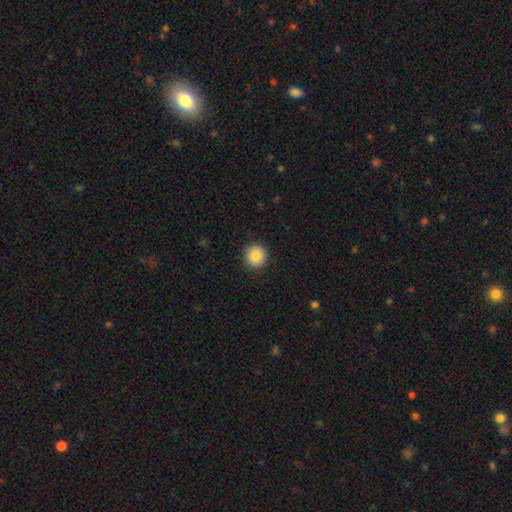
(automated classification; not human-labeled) Morphology: type=smooth (86%); roundness=round (94%); merging=none (92%).